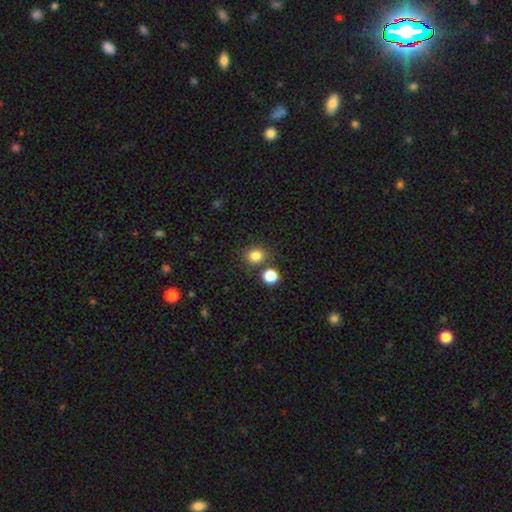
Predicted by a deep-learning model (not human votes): Q: Smooth or featured?
A: smooth (82%); runner-up: star or artifact (13%)
Q: How rounded?
A: round (83%); runner-up: in between (16%)
Q: Merging?
A: none (77%); runner-up: merger (11%)